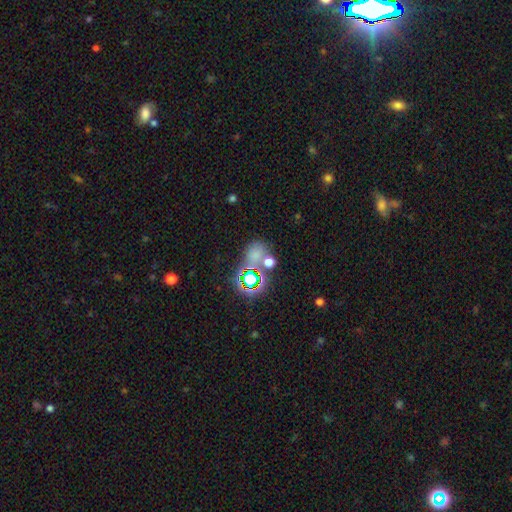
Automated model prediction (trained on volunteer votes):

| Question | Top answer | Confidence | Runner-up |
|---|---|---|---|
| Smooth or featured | smooth | 54% | star or artifact (37%) |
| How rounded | round | 60% | in between (39%) |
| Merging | none | 52% | merger (30%) |